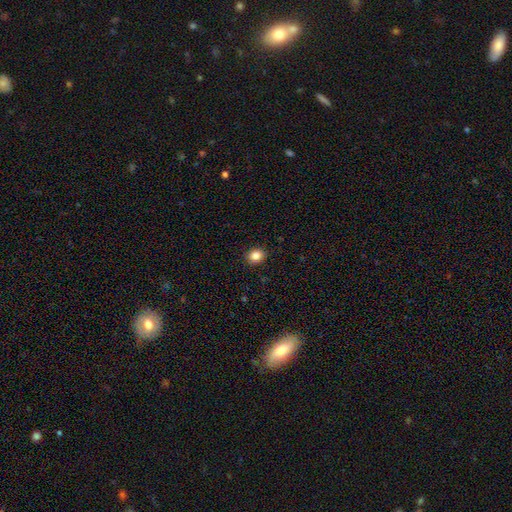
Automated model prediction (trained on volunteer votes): Overall: smooth (85%). How rounded: round (60%; in between 39%). Merging: none (91%).